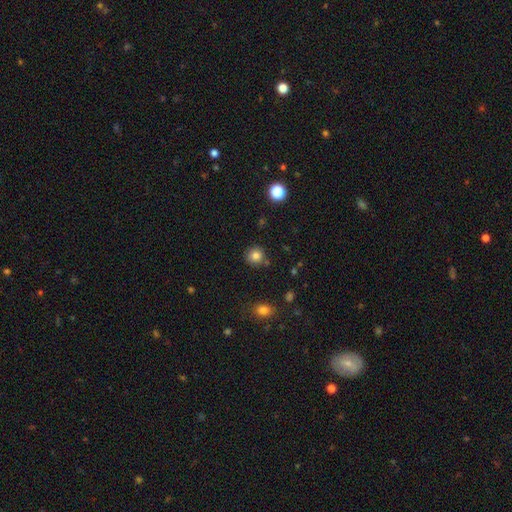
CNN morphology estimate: This appears to be a smooth galaxy with no disk features (83%) that is round (91%). Merging: none (83%).